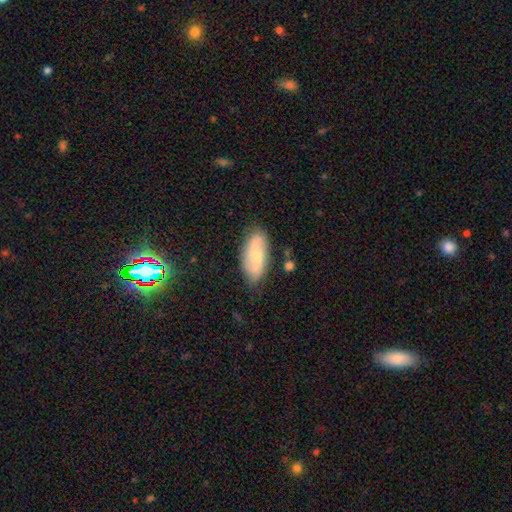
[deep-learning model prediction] Smooth or featured: featured or disk — 55% (smooth — 39%)
Edge-on disk: no — 91% (yes — 9%)
Merging: none — 79% (minor disturbance — 15%)